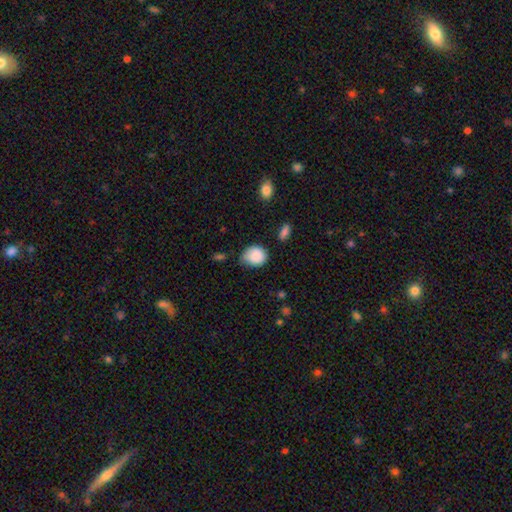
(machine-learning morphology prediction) smooth_or_featured: smooth (p=0.88) [alt: star or artifact p=0.08]
how_rounded: round (p=0.64) [alt: in between p=0.36]
merging: none (p=0.55) [alt: minor disturbance p=0.34]